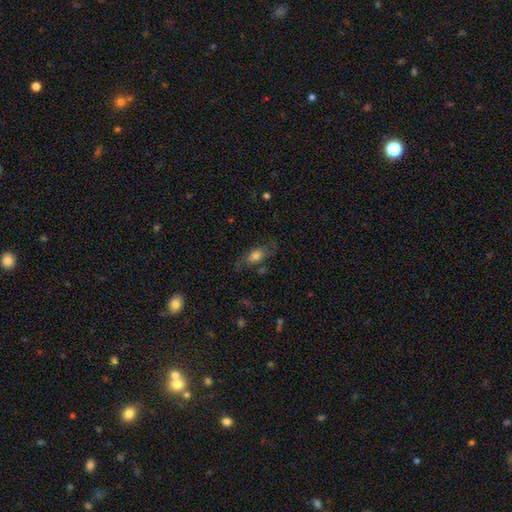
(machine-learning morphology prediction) This appears to be a smooth galaxy with no disk features (55%) that is in between round and cigar-shaped (75%). Merging: none (63%).